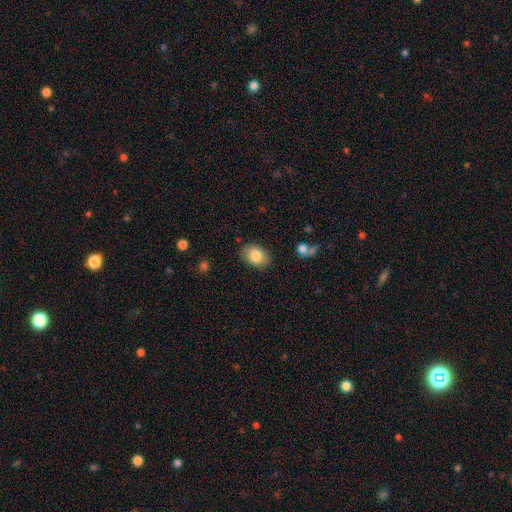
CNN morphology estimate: Q: Smooth or featured?
A: smooth (83%); runner-up: featured or disk (10%)
Q: How rounded?
A: in between (78%); runner-up: round (21%)
Q: Merging?
A: none (83%); runner-up: minor disturbance (12%)